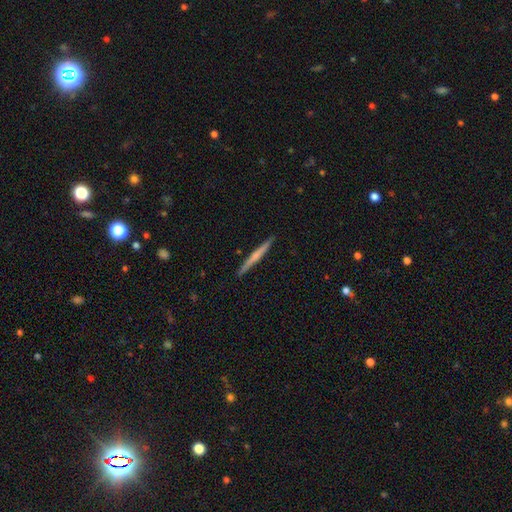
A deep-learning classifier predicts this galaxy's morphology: A featured or disk galaxy (55%) viewed edge-on (98%) with no central bulge (46%, tied with rounded).

Vote fractions:
- Smooth or featured? featured or disk: 55% / smooth: 40% / star or artifact: 5%
- Edge-on disk? yes: 98% / no: 2%
- Edge-on bulge? none: 46% (tied) / rounded: 46% (tied) / boxy: 8%
- Merging? none: 92% / minor disturbance: 5% / major disturbance: 1% / merger: 1%